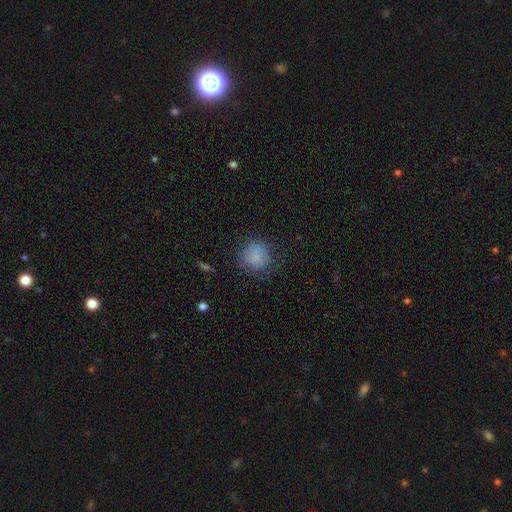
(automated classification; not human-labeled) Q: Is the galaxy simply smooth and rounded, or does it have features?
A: smooth — 82%.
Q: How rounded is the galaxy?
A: round — 89%.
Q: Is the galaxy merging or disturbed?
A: none — 74%.